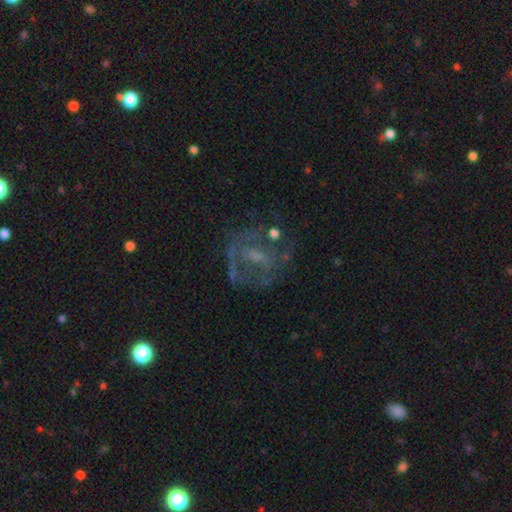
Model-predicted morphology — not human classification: Smooth or featured: featured or disk — 67% (smooth — 18%)
Edge-on disk: no — 96% (yes — 4%)
Bar: no — 42% (weak — 41%)
Spiral arms: no — 52% (yes — 48%)
Bulge size: small — 42% (none — 31%)
Merging: none — 54% (major disturbance — 24%)